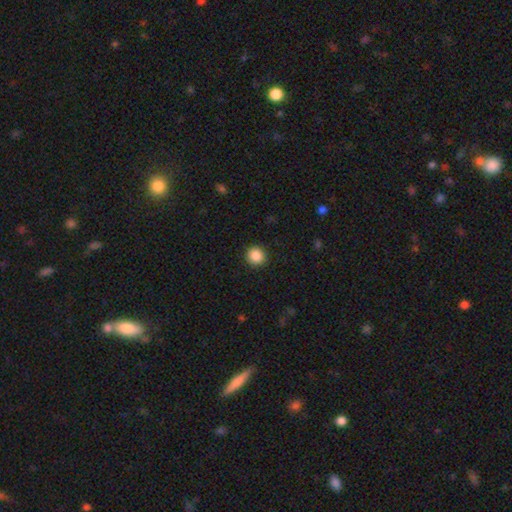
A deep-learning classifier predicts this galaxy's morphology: A smooth galaxy with no disk features (87%) that is round (92%). Merging: none (92%).